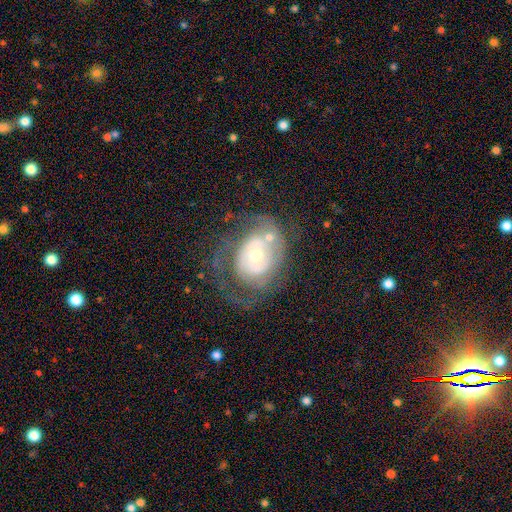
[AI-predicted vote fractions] Smooth or featured? featured or disk (78%)
Edge-on disk? no (97%)
Bar? no (76%)
Spiral arms? yes (79%)
Spiral winding? tight (59%)
Spiral arm count? can't tell (38%)
Bulge size? moderate (53%)
Merging? none (46%)